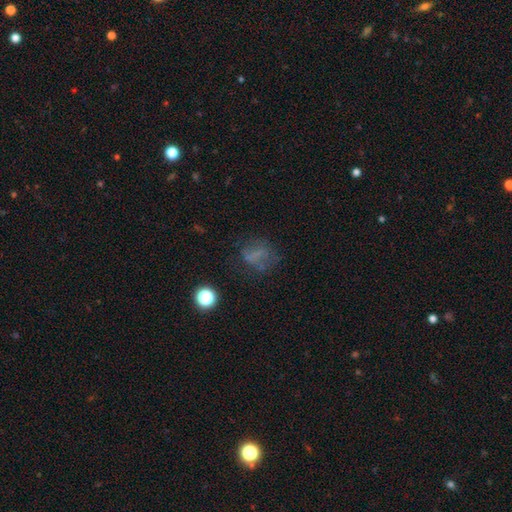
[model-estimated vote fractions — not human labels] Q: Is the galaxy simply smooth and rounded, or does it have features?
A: smooth — 45%.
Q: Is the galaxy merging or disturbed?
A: none — 57%.